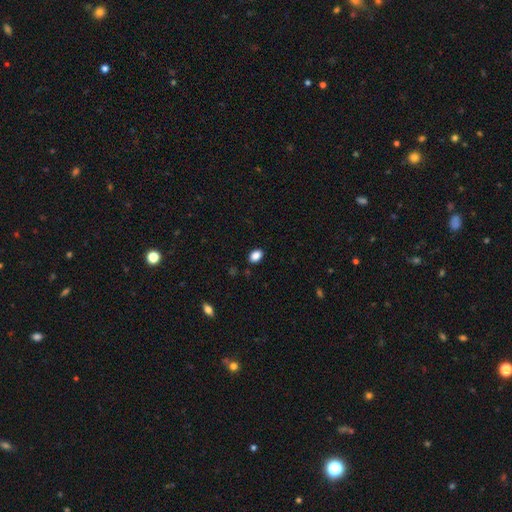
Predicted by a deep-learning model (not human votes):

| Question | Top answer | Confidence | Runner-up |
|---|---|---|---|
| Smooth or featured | smooth | 87% | star or artifact (9%) |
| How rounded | in between | 83% | round (15%) |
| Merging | none | 88% | minor disturbance (9%) |